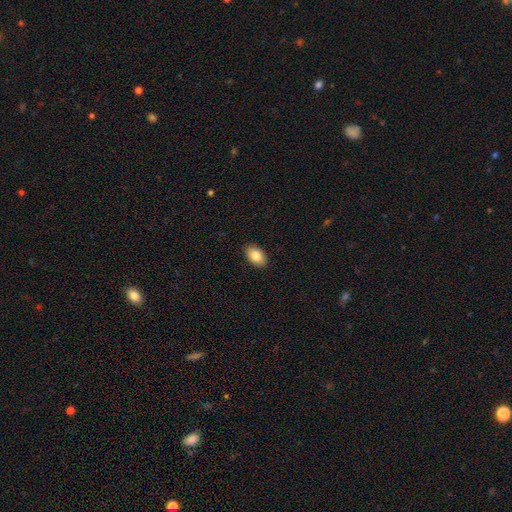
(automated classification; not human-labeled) A smooth galaxy with no disk features (84%) that is in between round and cigar-shaped (92%).

Vote fractions:
- Smooth or featured? smooth: 84% / featured or disk: 9% / star or artifact: 7%
- How rounded? in between: 92% / round: 7% / cigar-shaped: 1%
- Merging? none: 90% / minor disturbance: 8% / major disturbance: 2% / merger: 1%